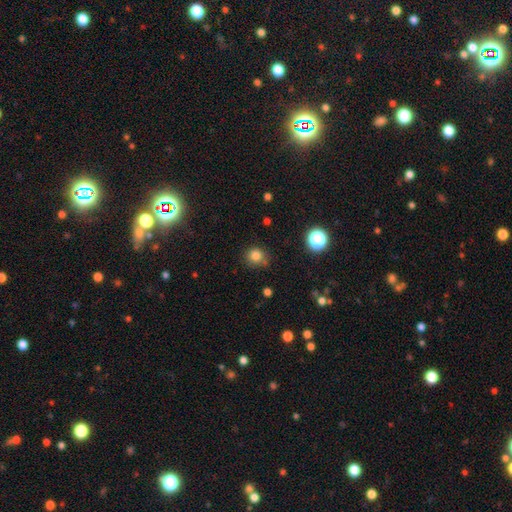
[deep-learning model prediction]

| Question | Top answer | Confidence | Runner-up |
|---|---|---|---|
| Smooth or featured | smooth | 81% | star or artifact (14%) |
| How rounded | round | 85% | in between (14%) |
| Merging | none | 75% | minor disturbance (17%) |